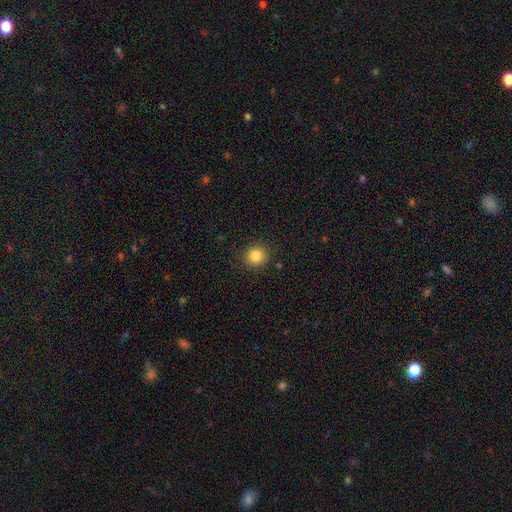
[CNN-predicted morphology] A smooth galaxy with no disk features (84%) that is round (90%). Merging: none (89%).